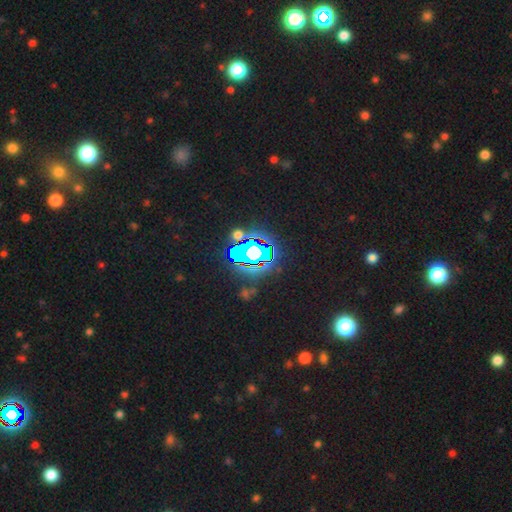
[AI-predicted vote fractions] Smooth or featured? Predicted: star or artifact (p=0.83).